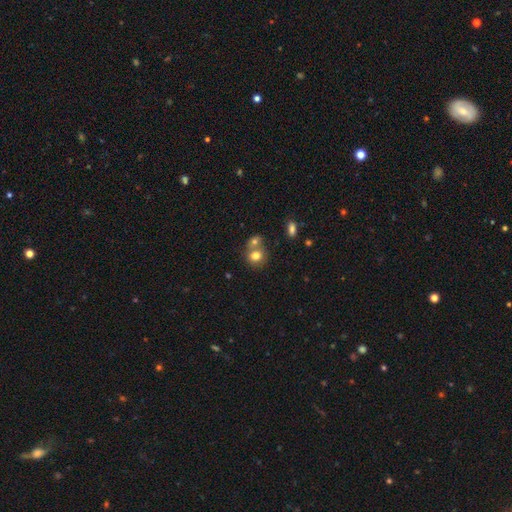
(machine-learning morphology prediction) Smooth or featured? smooth (76%)
How rounded? round (75%)
Merging? merger (46%)